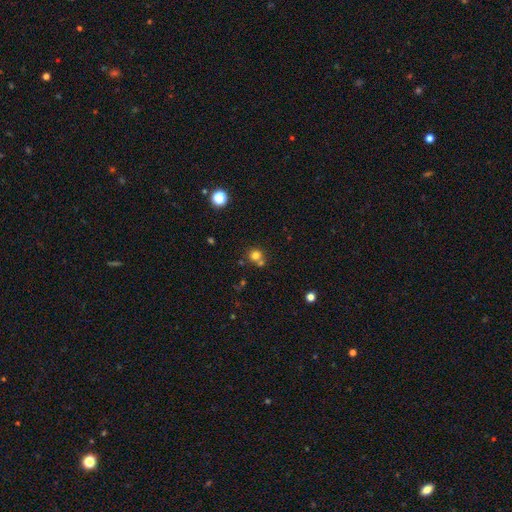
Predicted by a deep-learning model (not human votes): smooth 75%, star or artifact 16%, featured or disk 9%. Down the decision tree: how rounded — round (89%); merging — none (60%).